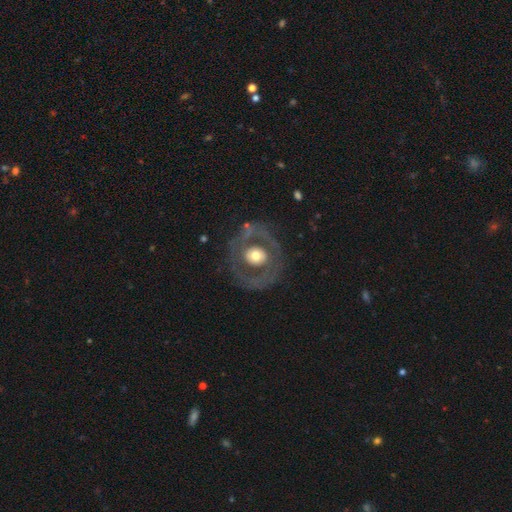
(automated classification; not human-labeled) A featured or disk galaxy (60%) with no bar (81%), no spiral arms (73%) and a moderate central bulge (60%). Merging: none (72%).